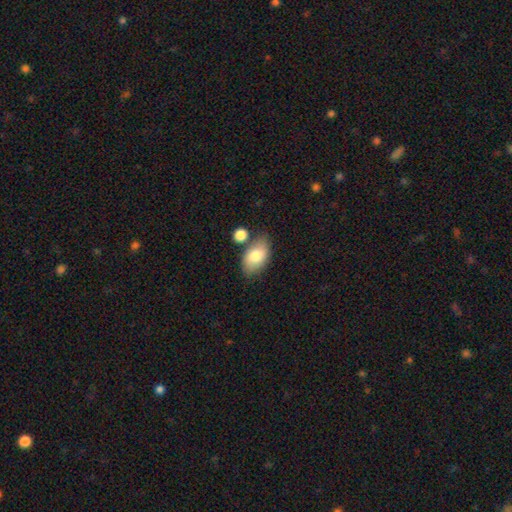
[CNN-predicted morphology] type=smooth (78%); roundness=in between (91%); merging=none (67%).